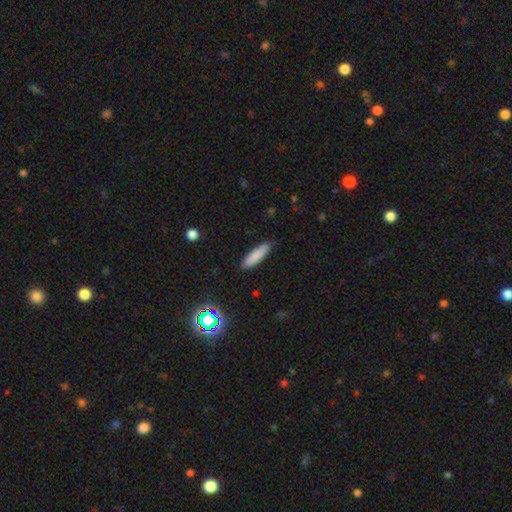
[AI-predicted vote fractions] Smooth or featured? smooth (85%)
How rounded? cigar-shaped (66%)
Merging? none (87%)